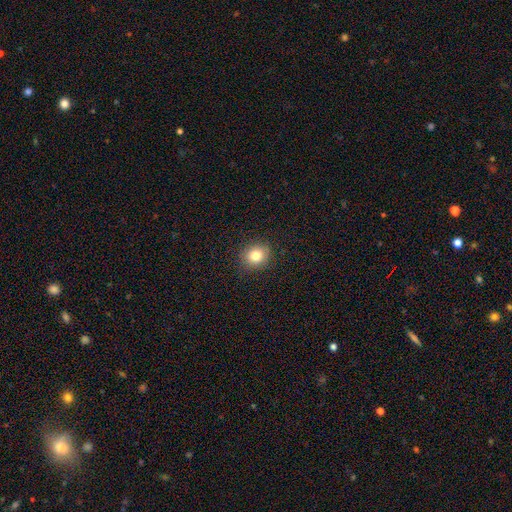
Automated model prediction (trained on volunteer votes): A smooth galaxy with no disk features (81%) that is round (72%). Merging: none (89%).